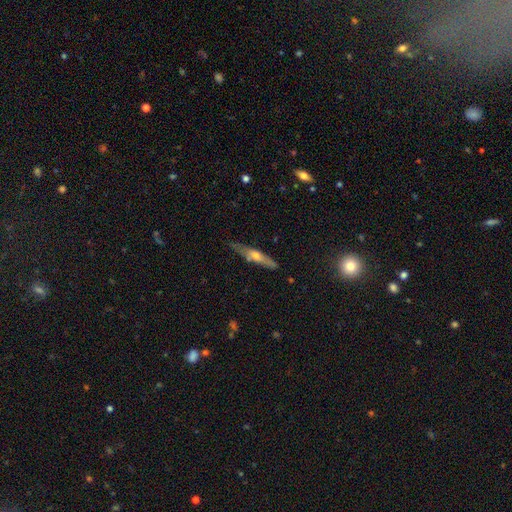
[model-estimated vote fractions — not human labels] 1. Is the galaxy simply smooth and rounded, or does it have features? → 56% featured or disk, 38% smooth, 6% star or artifact.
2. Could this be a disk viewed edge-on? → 87% yes, 13% no.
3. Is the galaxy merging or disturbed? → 72% none, 20% minor disturbance, 4% major disturbance, 3% merger.